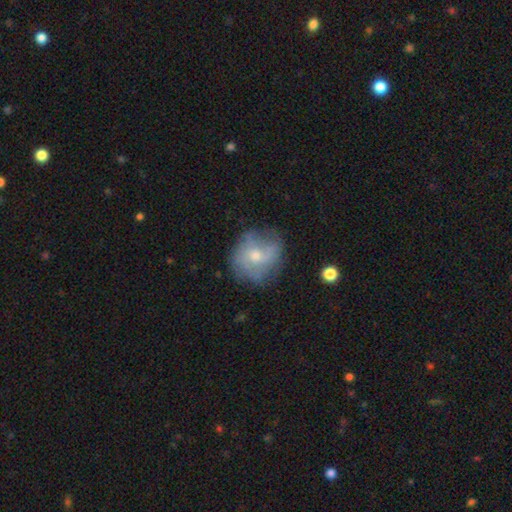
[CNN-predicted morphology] Smooth or featured?
  - featured or disk: 55% *
  - smooth: 35%
  - star or artifact: 10%
Edge-on disk?
  - no: 97% *
  - yes: 3%
Bar?
  - no: 75% *
  - weak: 22%
  - strong: 4%
Spiral arms?
  - yes: 69% *
  - no: 31%
Bulge size?
  - small: 49% *
  - moderate: 46%
  - none: 2%
  - large: 2%
  - dominant: 1%
Merging?
  - none: 65% *
  - minor disturbance: 23%
  - major disturbance: 11%
  - merger: 2%